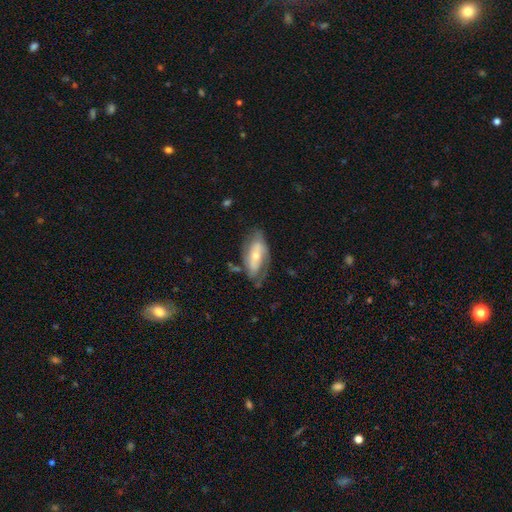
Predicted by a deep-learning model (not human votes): Smooth or featured? Predicted: featured or disk (p=0.55). Edge-on disk? Predicted: no (p=0.85). Merging? Predicted: none (p=0.59).